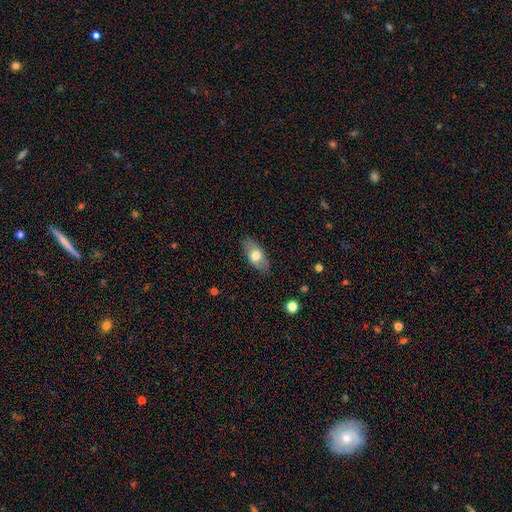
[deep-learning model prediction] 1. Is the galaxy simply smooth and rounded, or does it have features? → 65% smooth, 28% featured or disk, 6% star or artifact.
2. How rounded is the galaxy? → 90% in between, 5% cigar-shaped, 5% round.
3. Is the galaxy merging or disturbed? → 84% none, 12% minor disturbance, 3% major disturbance, 1% merger.